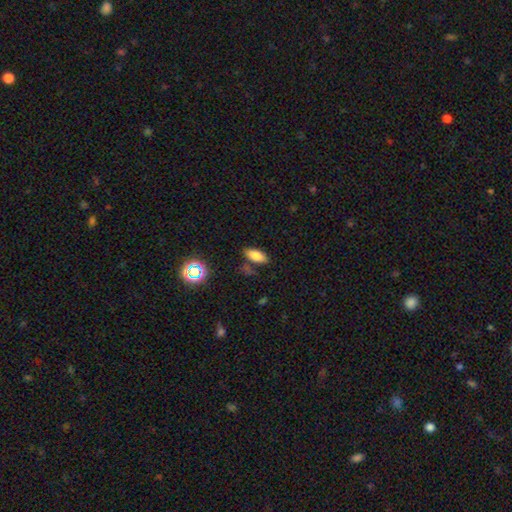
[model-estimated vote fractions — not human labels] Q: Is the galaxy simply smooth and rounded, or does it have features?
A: smooth — 77%.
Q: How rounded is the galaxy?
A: in between — 80%.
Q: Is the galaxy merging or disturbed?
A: none — 76%.